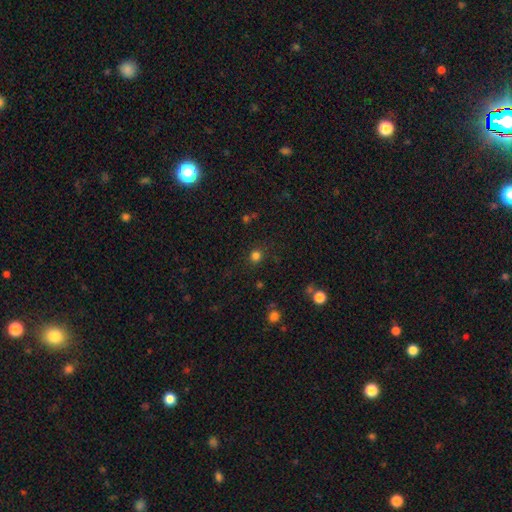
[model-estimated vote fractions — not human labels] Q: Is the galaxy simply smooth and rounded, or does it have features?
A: smooth — 79%.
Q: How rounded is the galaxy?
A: round — 88%.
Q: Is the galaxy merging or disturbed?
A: none — 86%.